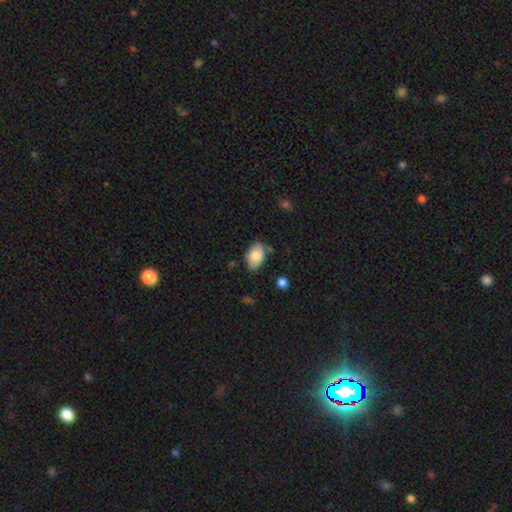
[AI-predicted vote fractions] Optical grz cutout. It shows a smooth galaxy with no disk features (82%) that is in between round and cigar-shaped (91%). Merging: none (79%).